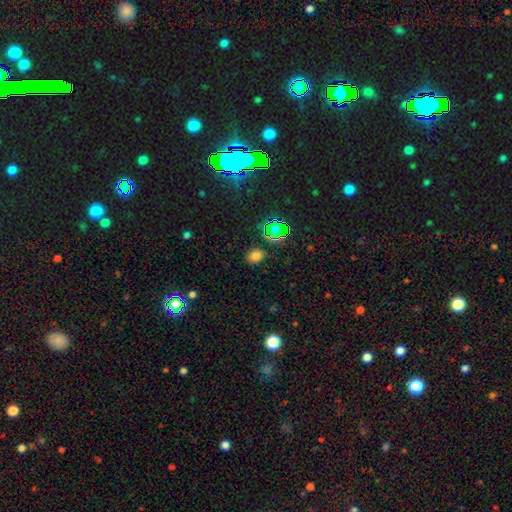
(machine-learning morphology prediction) Smooth or featured: smooth — 72% (star or artifact — 22%)
How rounded: in between — 56% (round — 43%)
Merging: none — 86% (minor disturbance — 9%)